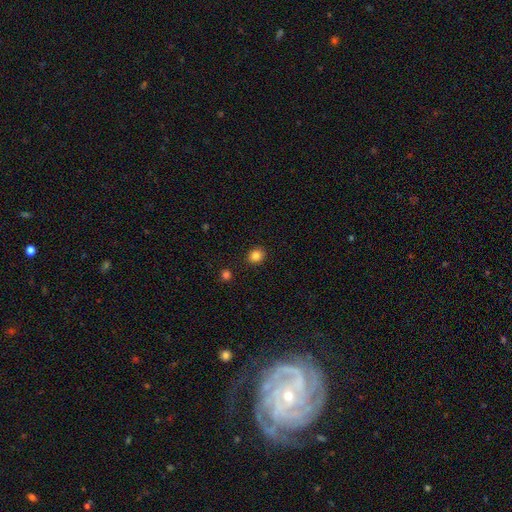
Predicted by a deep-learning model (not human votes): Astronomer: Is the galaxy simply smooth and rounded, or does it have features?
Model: smooth — 84%.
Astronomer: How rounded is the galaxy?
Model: round — 71%.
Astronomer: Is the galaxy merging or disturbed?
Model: none — 89%.